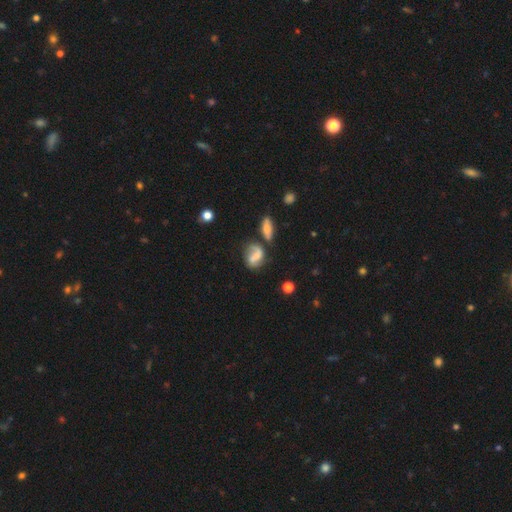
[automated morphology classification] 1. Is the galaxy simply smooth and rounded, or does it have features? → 57% featured or disk, 33% smooth, 10% star or artifact.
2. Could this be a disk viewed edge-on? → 95% no, 5% yes.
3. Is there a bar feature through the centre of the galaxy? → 41% weak, 38% no, 21% strong.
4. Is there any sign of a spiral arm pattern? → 84% yes, 16% no.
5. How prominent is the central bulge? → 37% small, 29% none, 27% moderate, 6% large, 2% dominant.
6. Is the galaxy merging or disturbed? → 49% none, 20% minor disturbance, 18% merger, 13% major disturbance.